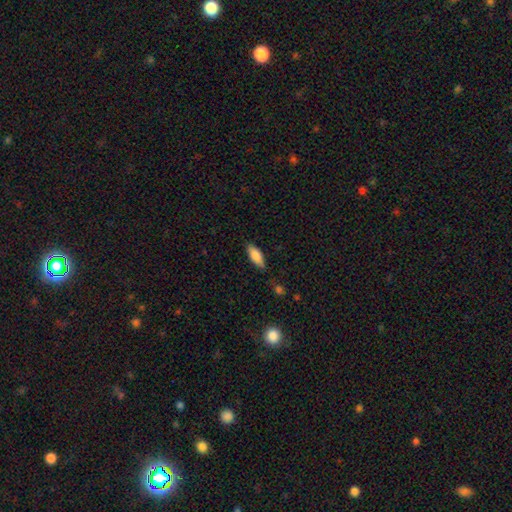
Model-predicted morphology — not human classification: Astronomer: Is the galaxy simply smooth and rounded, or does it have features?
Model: smooth — 80%.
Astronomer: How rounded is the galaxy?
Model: in between — 71%.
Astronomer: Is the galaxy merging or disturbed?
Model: none — 79%.